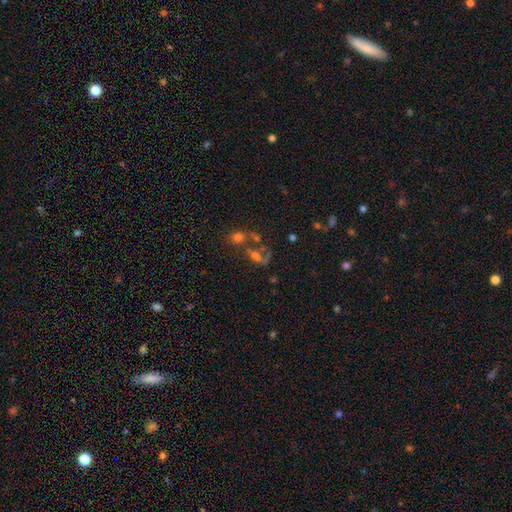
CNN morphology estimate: type=featured or disk (40%); merging=merger (50%).